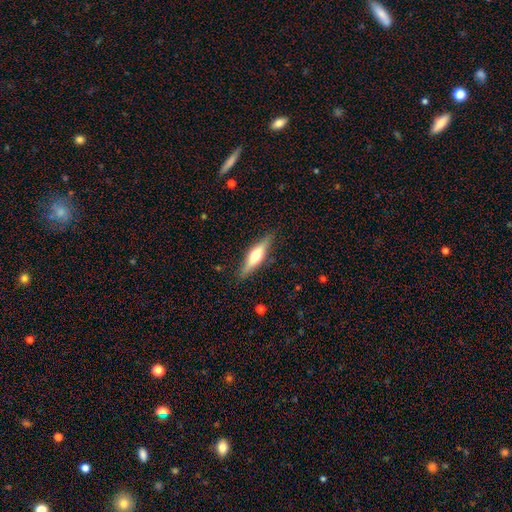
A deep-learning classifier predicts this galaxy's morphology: A featured or disk galaxy (54%) viewed edge-on (94%) with a rounded central bulge (92%).

Vote fractions:
- Smooth or featured? featured or disk: 54% / smooth: 41% / star or artifact: 6%
- Edge-on disk? yes: 94% / no: 6%
- Edge-on bulge? rounded: 92% / boxy: 5% / none: 3%
- Merging? none: 88% / minor disturbance: 9% / major disturbance: 2% / merger: 1%